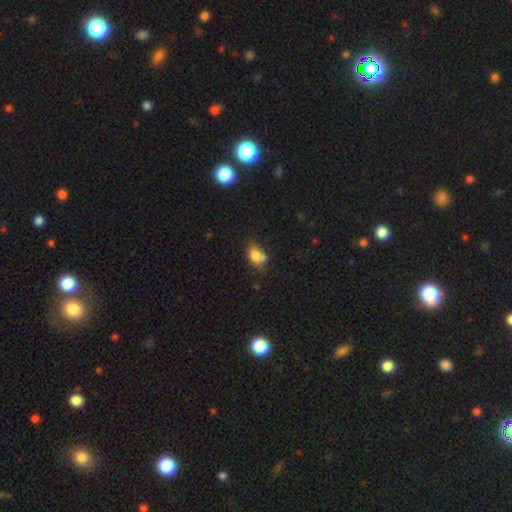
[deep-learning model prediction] Smooth or featured? Predicted: smooth (p=0.75). How rounded? Predicted: in between (p=0.77). Merging? Predicted: none (p=0.41).